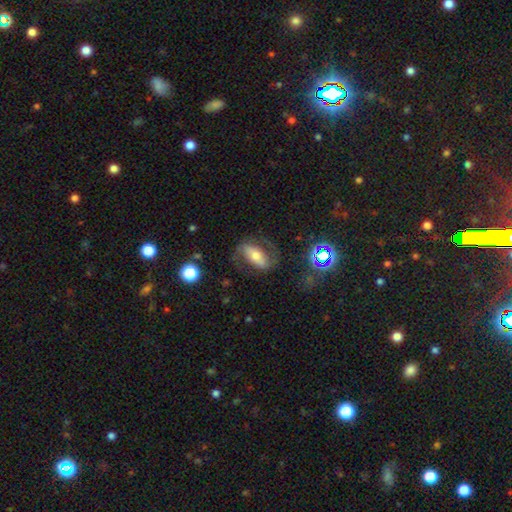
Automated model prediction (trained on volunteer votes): Smooth or featured: featured or disk — 61% (smooth — 30%)
Edge-on disk: no — 91% (yes — 9%)
Bar: strong — 46% (no — 28%)
Spiral arms: yes — 76% (no — 24%)
Bulge size: moderate — 54% (small — 30%)
Merging: none — 66% (minor disturbance — 17%)